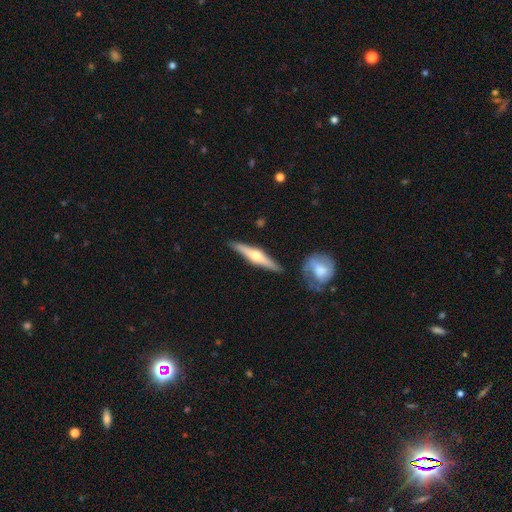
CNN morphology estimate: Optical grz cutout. It shows a featured or disk galaxy (64%) viewed edge-on (96%) with a rounded central bulge (92%). Merging: none (87%).